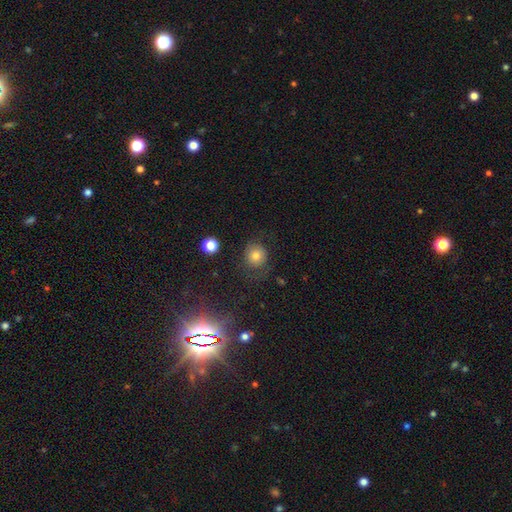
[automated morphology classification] The model was most divided on "merging": none: 69%, minor disturbance: 17%, major disturbance: 11%, merger: 2%. More confident: how rounded — round (82%); smooth or featured — smooth (73%).